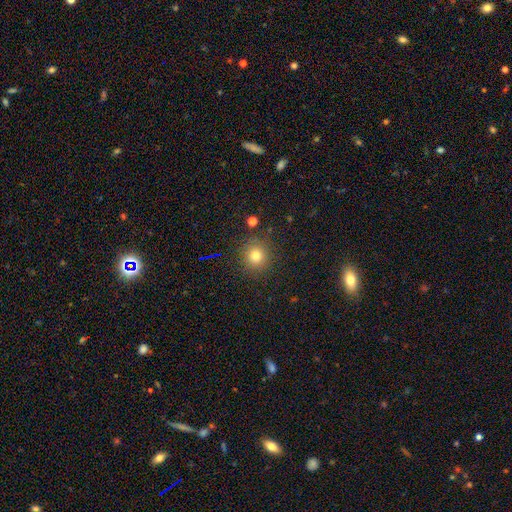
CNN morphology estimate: Smooth or featured? smooth (78%)
How rounded? round (90%)
Merging? none (87%)